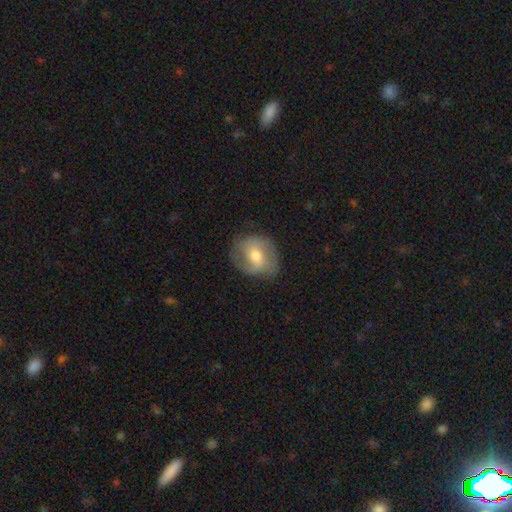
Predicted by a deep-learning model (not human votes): smooth_or_featured: featured or disk (p=0.55) [alt: smooth p=0.38]
disk_edge_on: no (p=0.96) [alt: yes p=0.04]
bar: weak (p=0.44) [alt: no p=0.37]
has_spiral_arms: yes (p=0.79) [alt: no p=0.21]
bulge_size: moderate (p=0.70) [alt: small p=0.22]
merging: none (p=0.71) [alt: minor disturbance p=0.20]